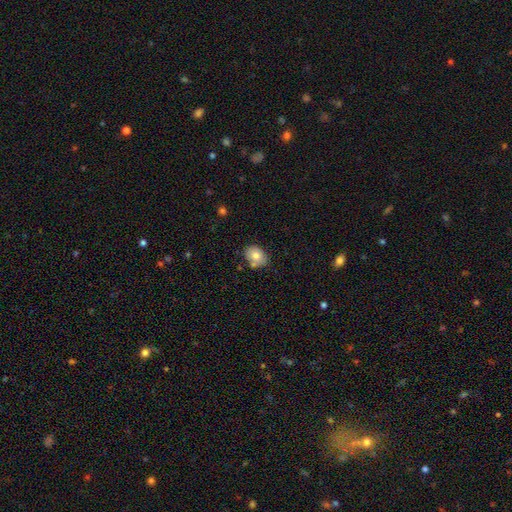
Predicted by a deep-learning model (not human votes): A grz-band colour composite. It shows a smooth galaxy with no disk features (77%) that is in between round and cigar-shaped (64%). Merging: none (71%).